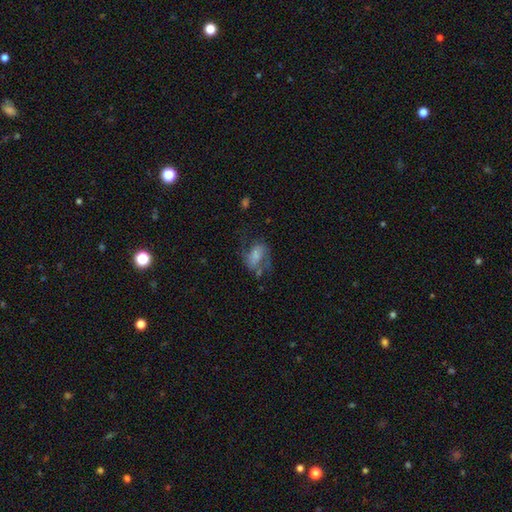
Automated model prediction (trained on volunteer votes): A featured or disk galaxy (50%).

Vote fractions:
- Smooth or featured? featured or disk: 50% / smooth: 41% / star or artifact: 10%
- Merging? none: 38% / major disturbance: 33% / minor disturbance: 23% / merger: 6%